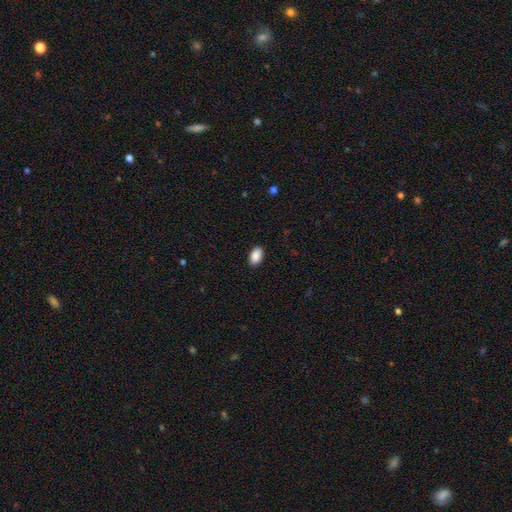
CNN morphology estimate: This is clearly a smooth galaxy (90%). How rounded: clearly in between (93%). Merging: clearly none (89%).